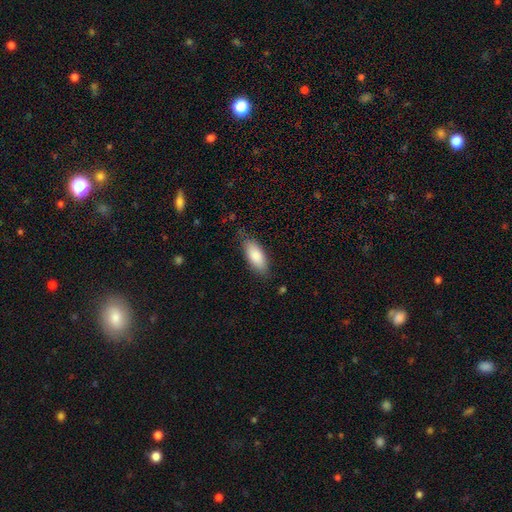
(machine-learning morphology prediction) Overall: smooth (87%). How rounded: in between (82%). Merging: none (79%).